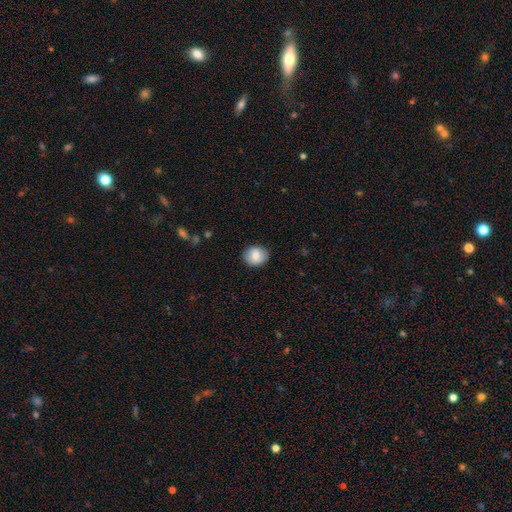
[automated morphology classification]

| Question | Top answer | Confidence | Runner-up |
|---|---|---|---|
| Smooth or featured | smooth | 79% | featured or disk (13%) |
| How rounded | round | 65% | in between (34%) |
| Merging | none | 85% | minor disturbance (12%) |